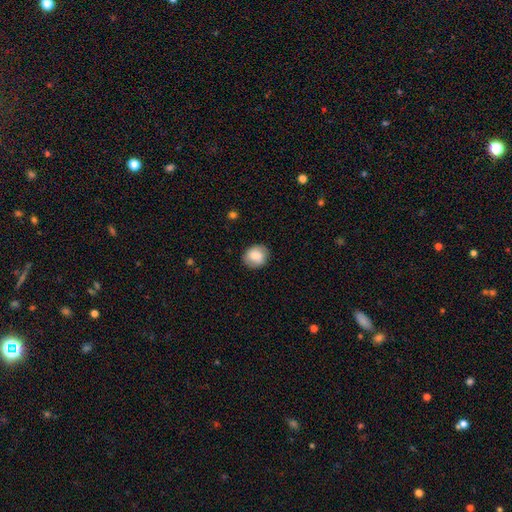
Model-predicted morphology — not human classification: A smooth galaxy with no disk features (76%) that is round (74%).

Vote fractions:
- Smooth or featured? smooth: 76% / featured or disk: 16% / star or artifact: 8%
- How rounded? round: 74% / in between: 25% / cigar-shaped: 1%
- Merging? none: 84% / minor disturbance: 12% / major disturbance: 3% / merger: 1%